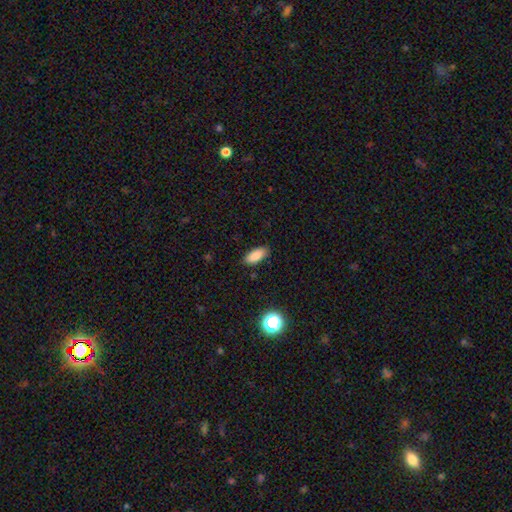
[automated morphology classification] Smooth or featured?
  - smooth: 86% *
  - star or artifact: 9%
  - featured or disk: 5%
How rounded?
  - in between: 86% *
  - cigar-shaped: 12%
  - round: 3%
Merging?
  - none: 87% *
  - minor disturbance: 9%
  - major disturbance: 2%
  - merger: 1%